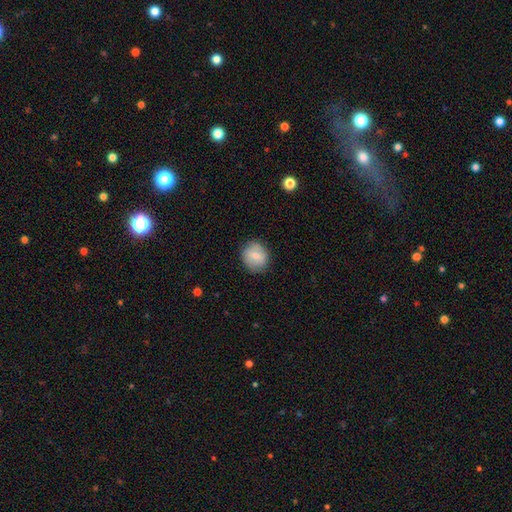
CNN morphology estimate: Smooth or featured? Predicted: smooth (p=0.69). How rounded? Predicted: round (p=0.81). Merging? Predicted: none (p=0.84).